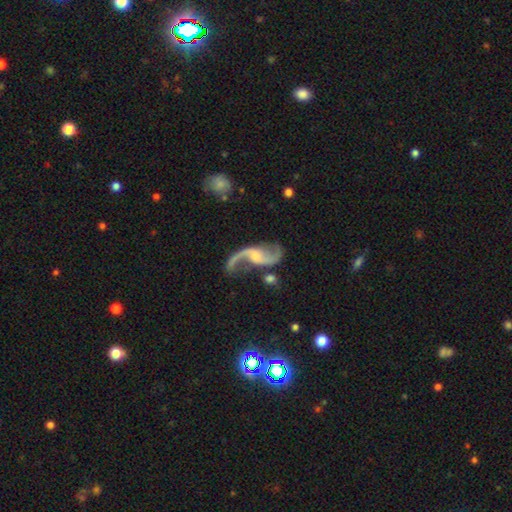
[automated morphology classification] Q: Smooth or featured?
A: featured or disk (90%); runner-up: star or artifact (5%)
Q: Edge-on disk?
A: no (96%); runner-up: yes (4%)
Q: Bar?
A: no (51%); runner-up: weak (38%)
Q: Spiral arms?
A: yes (96%); runner-up: no (4%)
Q: Spiral winding?
A: loose (88%); runner-up: medium (9%)
Q: Spiral arm count?
A: 2 (92%); runner-up: 1 (4%)
Q: Bulge size?
A: small (51%); runner-up: moderate (29%)
Q: Merging?
A: none (61%); runner-up: minor disturbance (18%)